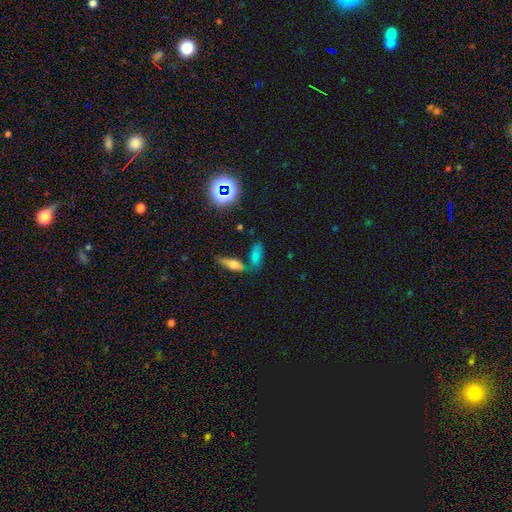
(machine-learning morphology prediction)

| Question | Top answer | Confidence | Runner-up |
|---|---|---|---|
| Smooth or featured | smooth | 67% | star or artifact (18%) |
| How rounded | in between | 74% | cigar-shaped (20%) |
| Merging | none | 56% | merger (22%) |